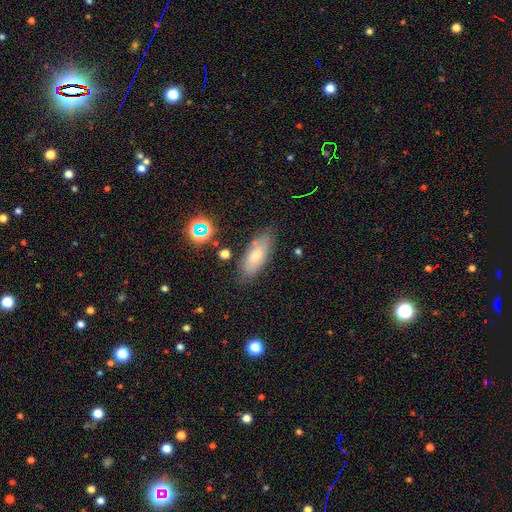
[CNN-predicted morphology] A smooth galaxy with no disk features (69%) that is in between round and cigar-shaped (75%).

Vote fractions:
- Smooth or featured? smooth: 69% / featured or disk: 21% / star or artifact: 10%
- How rounded? in between: 75% / cigar-shaped: 22% / round: 3%
- Merging? none: 78% / minor disturbance: 15% / merger: 4% / major disturbance: 3%